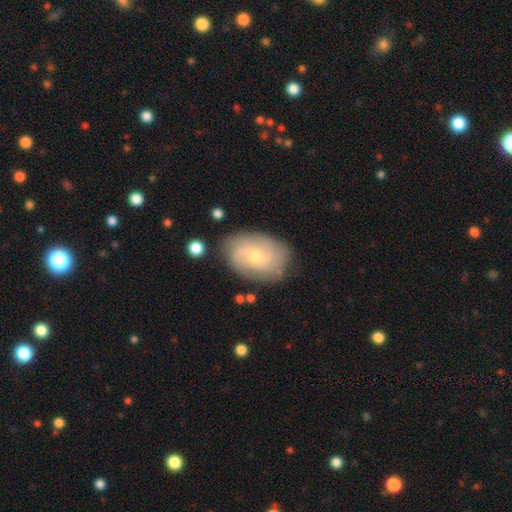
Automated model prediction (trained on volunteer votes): smooth-or-featured: featured or disk: 70% | smooth: 23% | star or artifact: 7%
  disk-edge-on: no: 96% | yes: 4%
    bar: no: 74% | weak: 22% | strong: 3%
    has-spiral-arms: yes: 89% | no: 11%
      spiral-winding: tight: 58% | medium: 31% | loose: 11%
      spiral-arm-count: can't tell: 40% | 2: 24% | 3: 18% | 4: 9% | more than 4: 5% | 1: 5%
    bulge-size: small: 62% | moderate: 35% | large: 1% | none: 1% | dominant: 1%
  merging: none: 77% | minor disturbance: 16% | major disturbance: 5% | merger: 2%